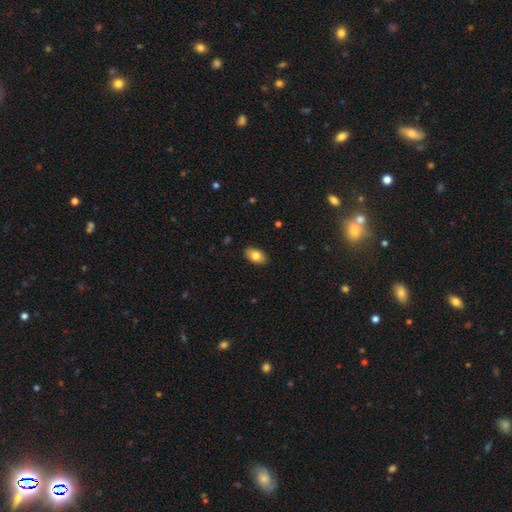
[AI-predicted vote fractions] Q: Smooth or featured?
A: smooth (80%); runner-up: featured or disk (13%)
Q: How rounded?
A: in between (92%); runner-up: round (7%)
Q: Merging?
A: none (88%); runner-up: minor disturbance (9%)